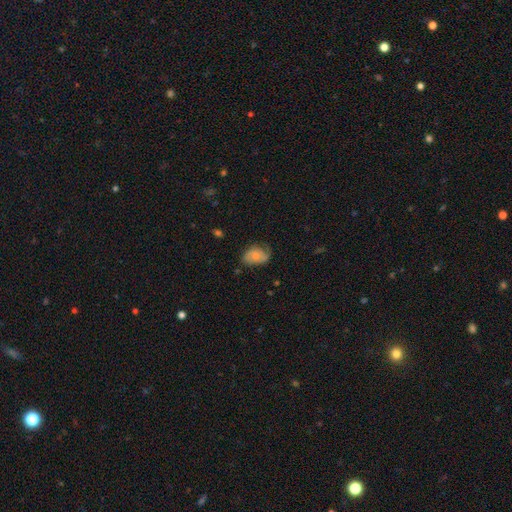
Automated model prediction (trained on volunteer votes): Q: Smooth or featured?
A: smooth (58%); runner-up: featured or disk (34%)
Q: How rounded?
A: in between (83%); runner-up: round (16%)
Q: Merging?
A: none (51%); runner-up: minor disturbance (34%)